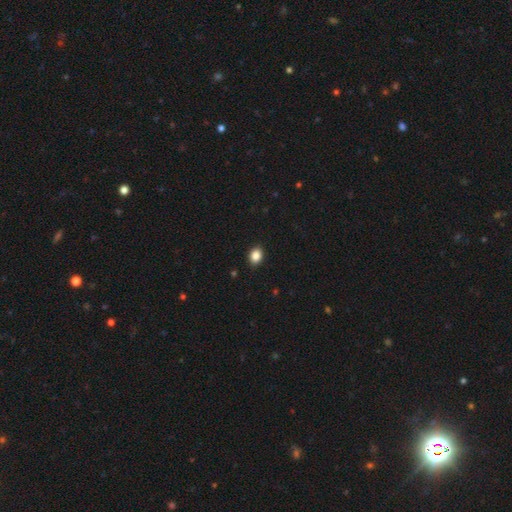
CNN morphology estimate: type=smooth (87%); roundness=in between (62%); merging=none (90%).